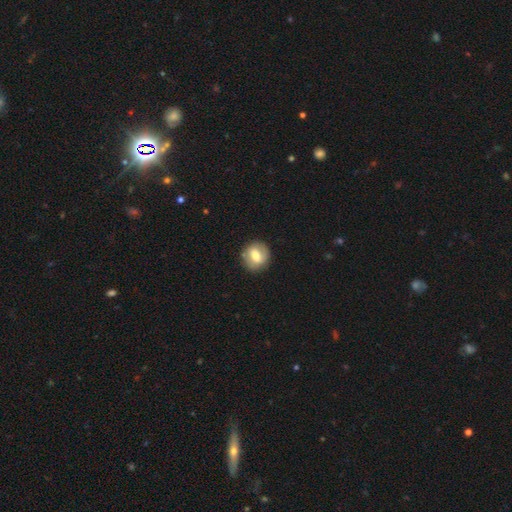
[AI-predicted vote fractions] A smooth galaxy with no disk features (61%) that is round (73%). Merging: none (84%).